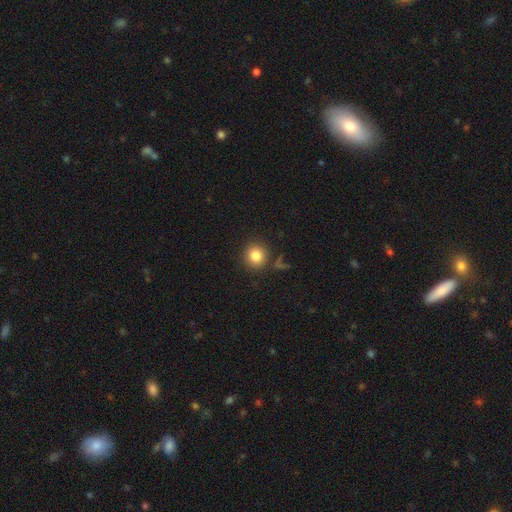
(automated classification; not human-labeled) smooth 84%, star or artifact 11%, featured or disk 6%. Down the decision tree: how rounded — round (90%); merging — none (85%).